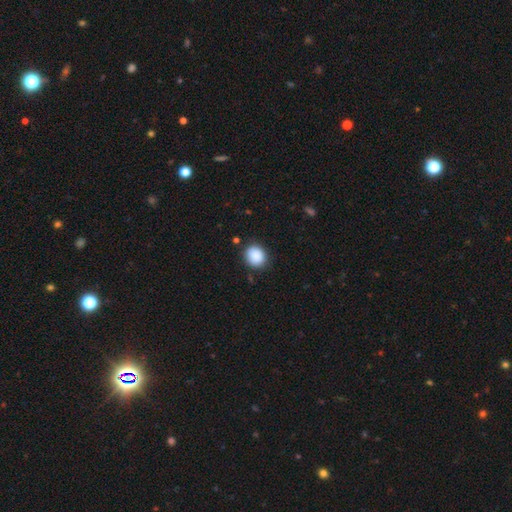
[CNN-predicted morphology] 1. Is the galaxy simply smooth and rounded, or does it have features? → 89% smooth, 8% star or artifact, 3% featured or disk.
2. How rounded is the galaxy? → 75% round, 24% in between, 1% cigar-shaped.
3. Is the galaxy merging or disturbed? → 85% none, 10% minor disturbance, 3% major disturbance, 2% merger.